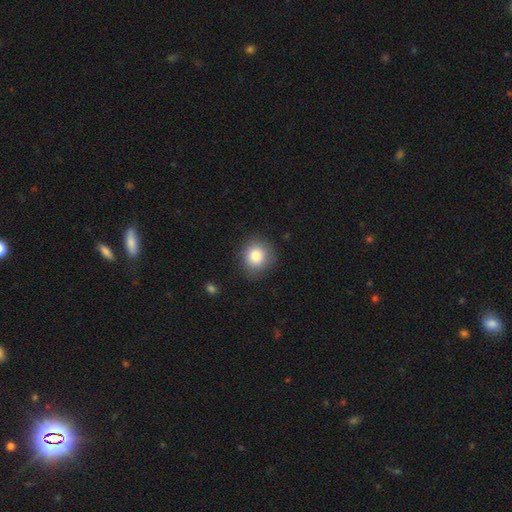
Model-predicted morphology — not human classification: A smooth galaxy with no disk features (82%) that is round (88%).

Vote fractions:
- Smooth or featured? smooth: 82% / star or artifact: 10% / featured or disk: 8%
- How rounded? round: 88% / in between: 11% / cigar-shaped: 1%
- Merging? none: 86% / minor disturbance: 10% / major disturbance: 3% / merger: 1%